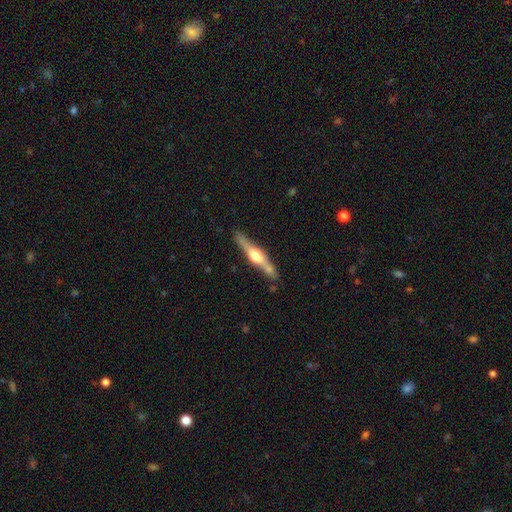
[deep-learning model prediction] A featured or disk galaxy (73%) viewed edge-on (97%) with a rounded central bulge (91%).

Vote fractions:
- Smooth or featured? featured or disk: 73% / smooth: 21% / star or artifact: 5%
- Edge-on disk? yes: 97% / no: 3%
- Edge-on bulge? rounded: 91% / boxy: 6% / none: 2%
- Merging? none: 79% / minor disturbance: 12% / merger: 7% / major disturbance: 3%